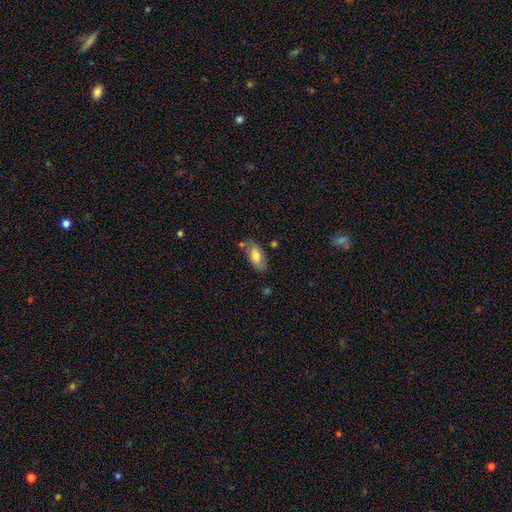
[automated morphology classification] Smooth or featured? Predicted: smooth (p=0.74). How rounded? Predicted: in between (p=0.89). Merging? Predicted: none (p=0.71).